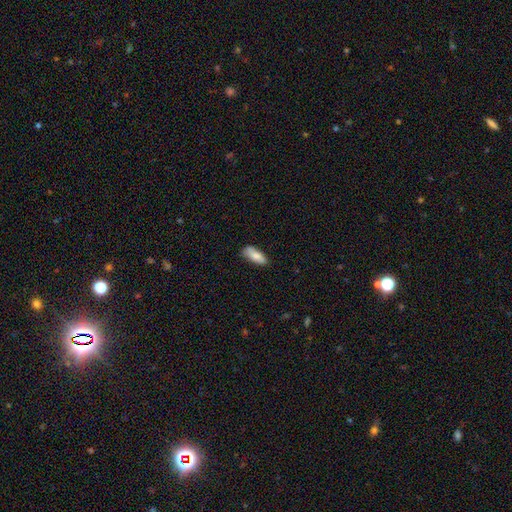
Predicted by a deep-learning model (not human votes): Smooth or featured: smooth — 81% (featured or disk — 13%)
How rounded: in between — 72% (cigar-shaped — 25%)
Merging: none — 68% (minor disturbance — 25%)